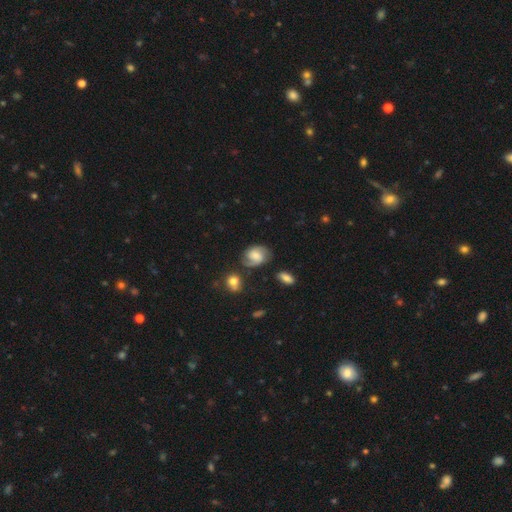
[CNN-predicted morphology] Smooth or featured? Predicted: featured or disk (p=0.55). Edge-on disk? Predicted: no (p=0.97). Bar? Predicted: no (p=0.49). Spiral arms? Predicted: yes (p=0.89). Bulge size? Predicted: moderate (p=0.39). Merging? Predicted: none (p=0.63).